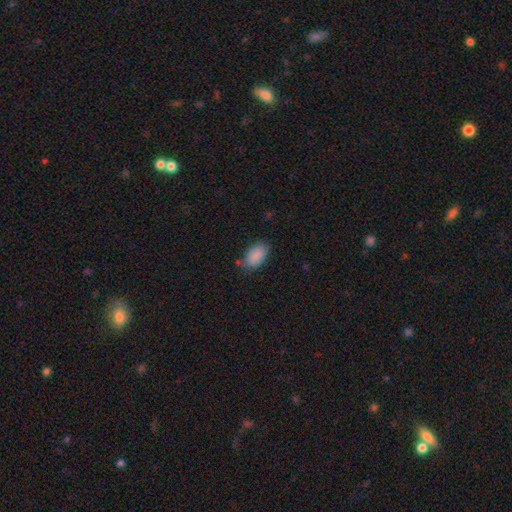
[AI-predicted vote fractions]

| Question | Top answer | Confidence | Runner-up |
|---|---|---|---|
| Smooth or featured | smooth | 88% | star or artifact (7%) |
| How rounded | in between | 93% | round (5%) |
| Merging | none | 72% | minor disturbance (21%) |